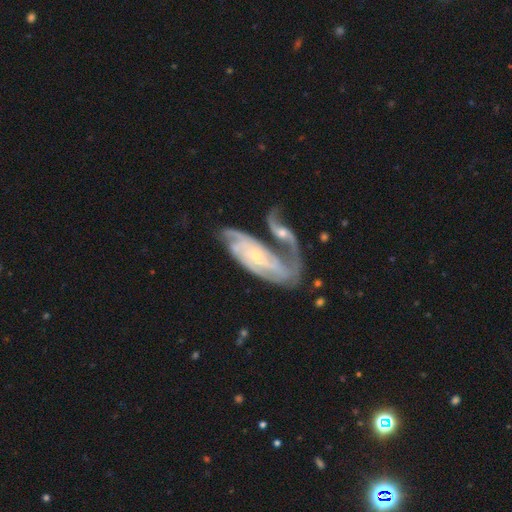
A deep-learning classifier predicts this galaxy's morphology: This appears to be a featured or disk galaxy (86%) with no bar (62%), 2 (33%) tight (51%) spiral arms (95%) and a small central bulge (77%). Merging: merger (49%).